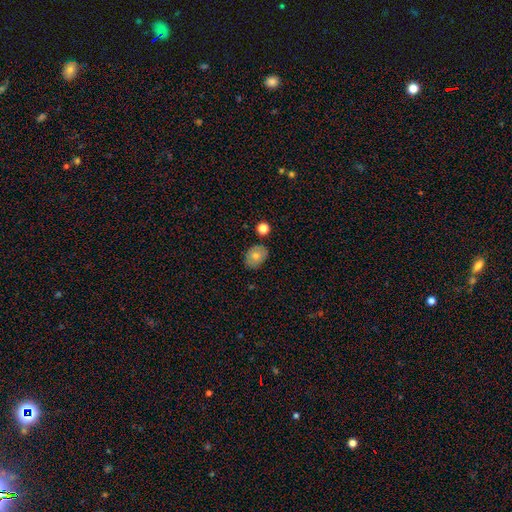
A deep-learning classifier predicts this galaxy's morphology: smooth 70%, featured or disk 21%, star or artifact 9%. Down the decision tree: how rounded — in between (61%); merging — none (80%).